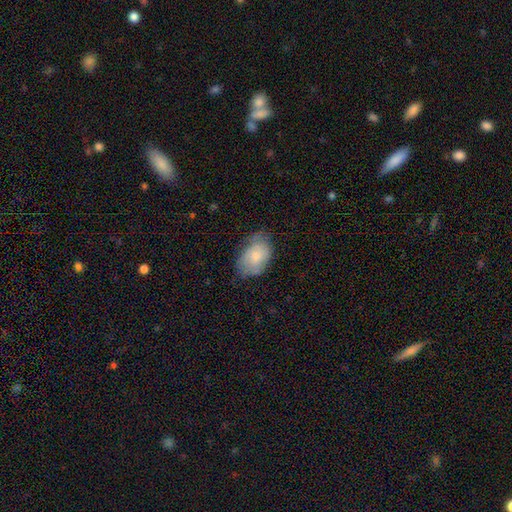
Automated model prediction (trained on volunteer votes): This appears to be a smooth galaxy with no disk features (67%) that is in between round and cigar-shaped (88%). Merging: none (58%).